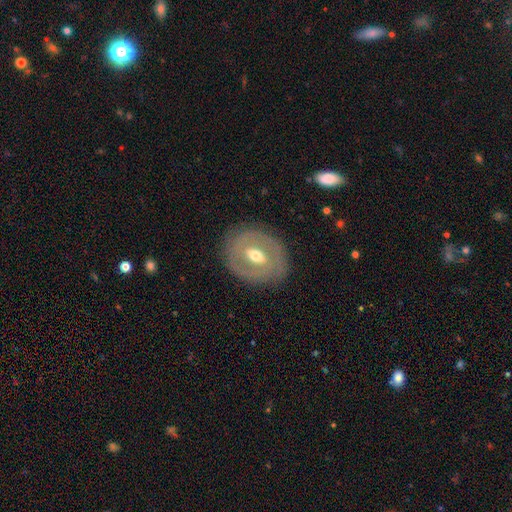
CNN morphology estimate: Overall: featured or disk (67%; smooth 27%). Edge-on disk: no (92%). Bar: weak (45%; strong 30%). Spiral arms: no (60%; yes 40%). Bulge size: moderate (72%). Merging: none (80%).